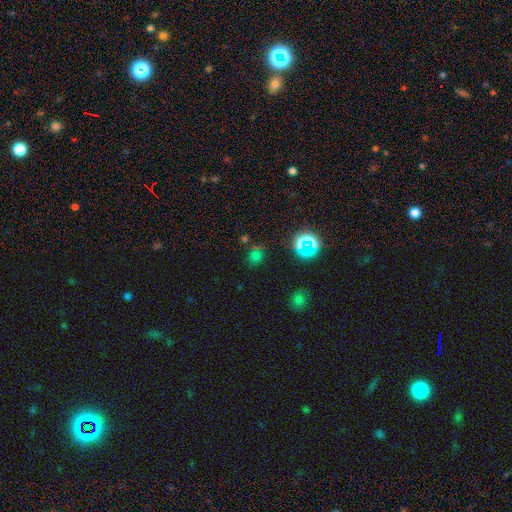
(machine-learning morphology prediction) This appears to be a smooth galaxy with no disk features (57%) that is round (74%). Merging: none (72%).